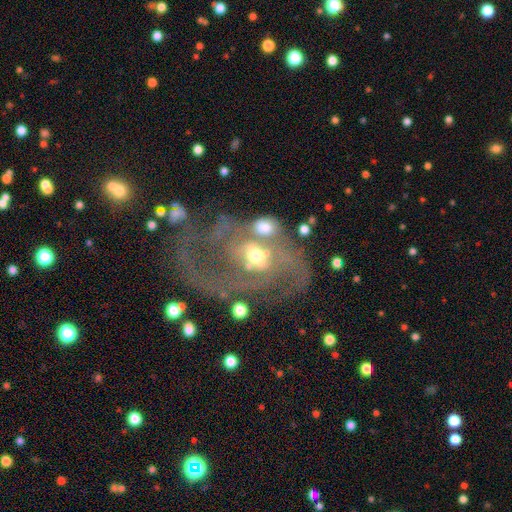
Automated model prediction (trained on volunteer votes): Overall: featured or disk (70%). Edge-on disk: no (95%). Bar: no (54%; weak 31%). Spiral arms: yes (61%; no 39%). Bulge size: moderate (59%; small 24%). Merging: merger (35%; major disturbance 31%).